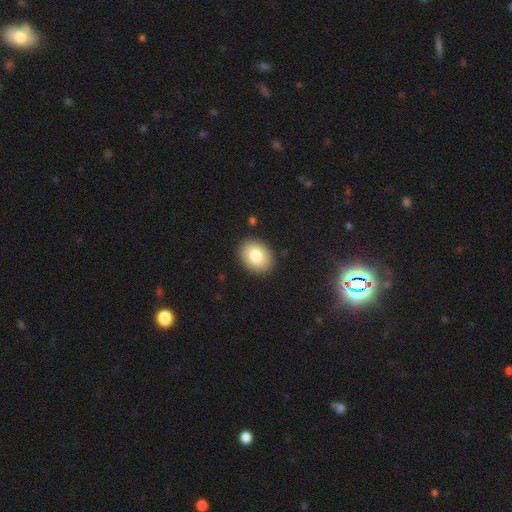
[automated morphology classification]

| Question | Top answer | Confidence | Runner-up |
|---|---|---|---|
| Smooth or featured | smooth | 81% | featured or disk (11%) |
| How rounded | in between | 63% | round (36%) |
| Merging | none | 89% | minor disturbance (8%) |